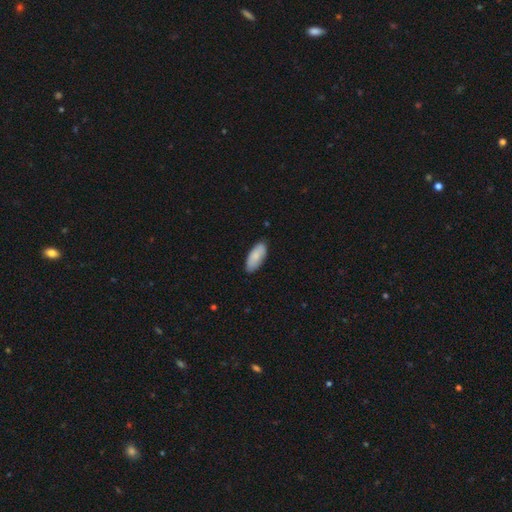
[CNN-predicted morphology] A smooth galaxy with no disk features (84%) that is in between round and cigar-shaped (85%).

Vote fractions:
- Smooth or featured? smooth: 84% / featured or disk: 10% / star or artifact: 5%
- How rounded? in between: 85% / cigar-shaped: 13% / round: 2%
- Merging? none: 84% / minor disturbance: 13% / major disturbance: 2% / merger: 1%